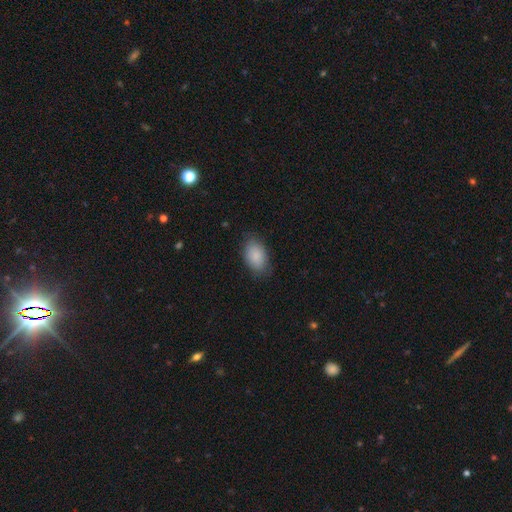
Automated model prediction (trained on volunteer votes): Overall: smooth (88%). How rounded: in between (92%). Merging: none (80%).